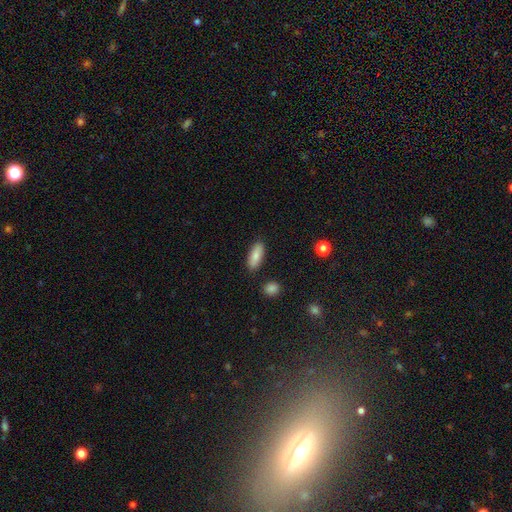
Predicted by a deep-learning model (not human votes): Smooth or featured?
  - smooth: 83% *
  - featured or disk: 11%
  - star or artifact: 6%
How rounded?
  - in between: 68% *
  - cigar-shaped: 29%
  - round: 2%
Merging?
  - none: 87% *
  - minor disturbance: 9%
  - merger: 2%
  - major disturbance: 2%